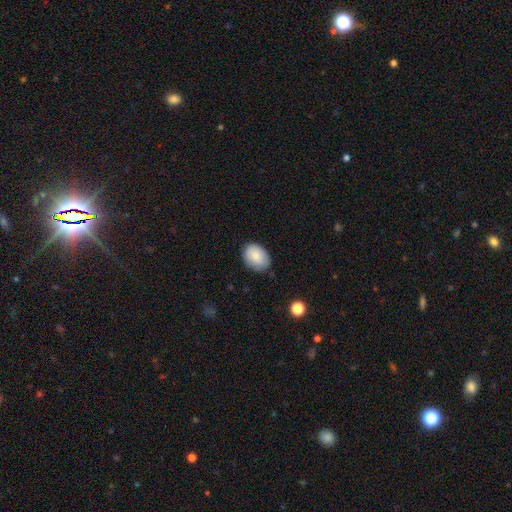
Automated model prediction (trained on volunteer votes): smooth-or-featured: smooth: 83% | featured or disk: 10% | star or artifact: 7%
  how-rounded: in between: 72% | round: 27% | cigar-shaped: 1%
  merging: none: 78% | minor disturbance: 18% | major disturbance: 3% | merger: 1%